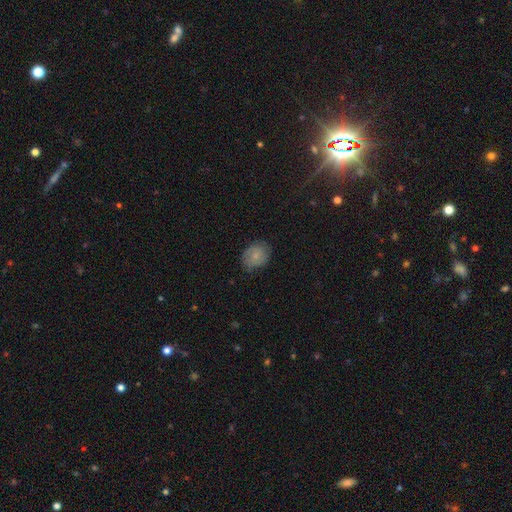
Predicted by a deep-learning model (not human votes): Q: Smooth or featured?
A: smooth (51%); runner-up: featured or disk (41%)
Q: How rounded?
A: round (51%); runner-up: in between (48%)
Q: Merging?
A: none (72%); runner-up: minor disturbance (21%)